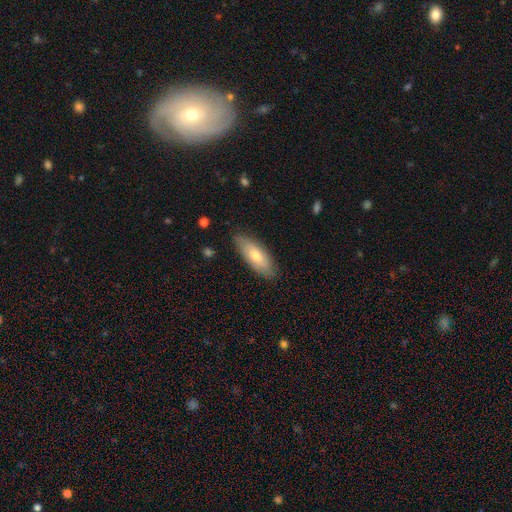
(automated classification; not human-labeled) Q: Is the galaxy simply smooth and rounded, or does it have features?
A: smooth — 66%.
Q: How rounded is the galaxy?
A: in between — 71%.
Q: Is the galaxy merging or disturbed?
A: none — 84%.